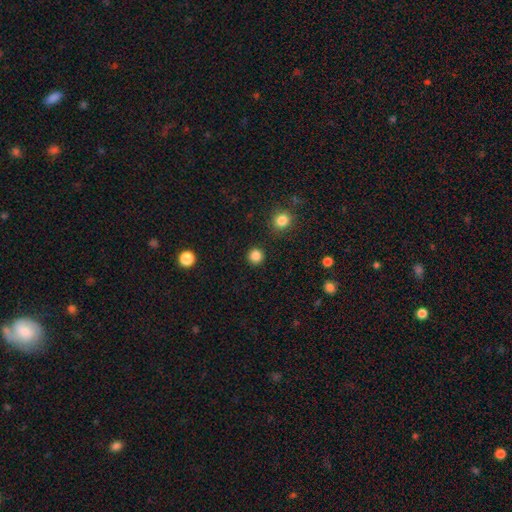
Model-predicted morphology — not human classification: smooth_or_featured: smooth (p=0.85) [alt: star or artifact p=0.12]
how_rounded: round (p=0.94) [alt: in between p=0.05]
merging: none (p=0.91) [alt: minor disturbance p=0.05]